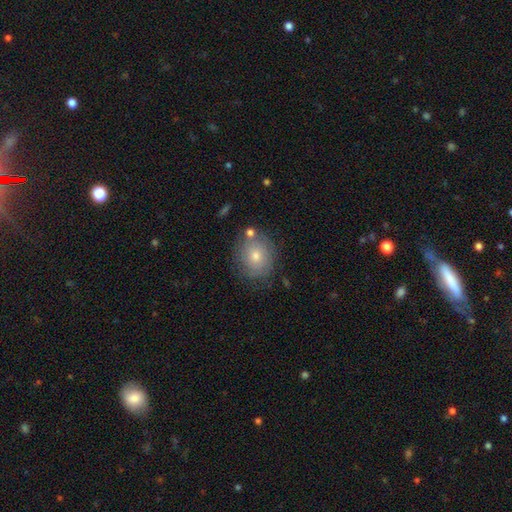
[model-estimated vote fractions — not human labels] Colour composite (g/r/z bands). It shows a smooth galaxy with no disk features (62%) that is round (72%). Merging: none (74%).